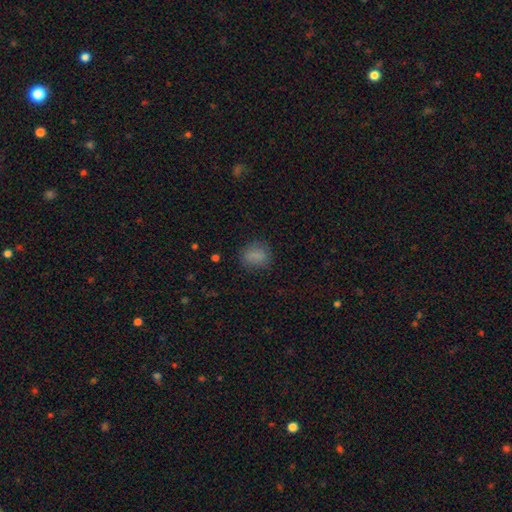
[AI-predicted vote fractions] Smooth or featured: smooth — 81% (star or artifact — 13%)
How rounded: round — 60% (in between — 39%)
Merging: none — 80% (minor disturbance — 14%)